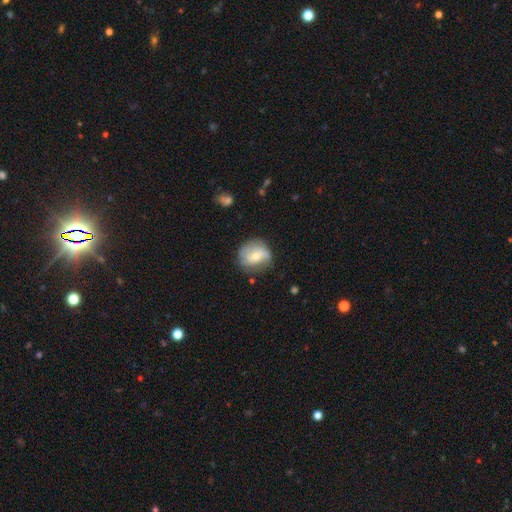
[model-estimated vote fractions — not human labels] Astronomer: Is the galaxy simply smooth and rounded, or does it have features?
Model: smooth — 49% (runner-up: featured or disk, 44%).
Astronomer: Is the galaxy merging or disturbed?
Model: none — 66%.